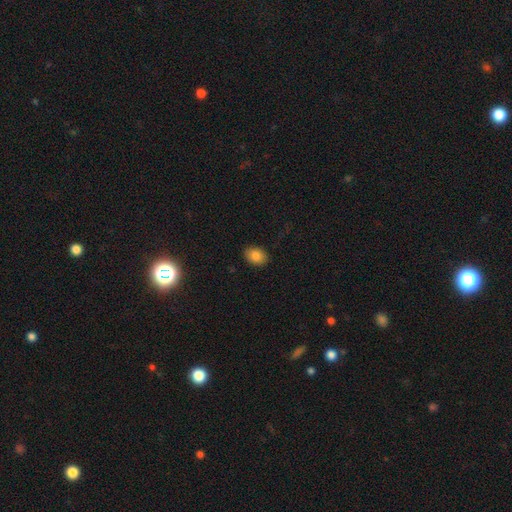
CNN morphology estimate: smooth_or_featured: smooth (p=0.85) [alt: star or artifact p=0.09]
how_rounded: in between (p=0.75) [alt: round p=0.24]
merging: none (p=0.88) [alt: minor disturbance p=0.09]